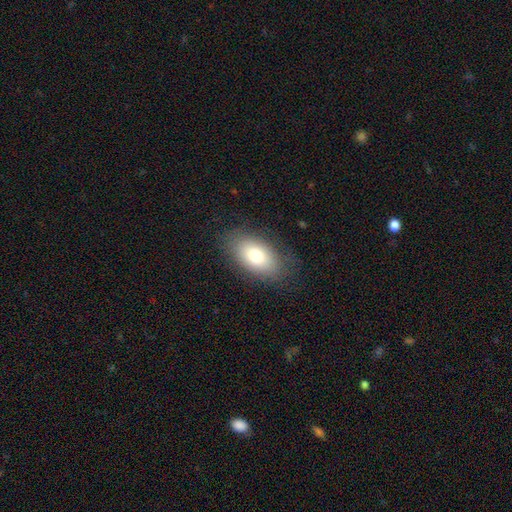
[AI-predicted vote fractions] Smooth or featured: smooth — 76% (featured or disk — 16%)
How rounded: in between — 91% (round — 7%)
Merging: none — 81% (minor disturbance — 13%)